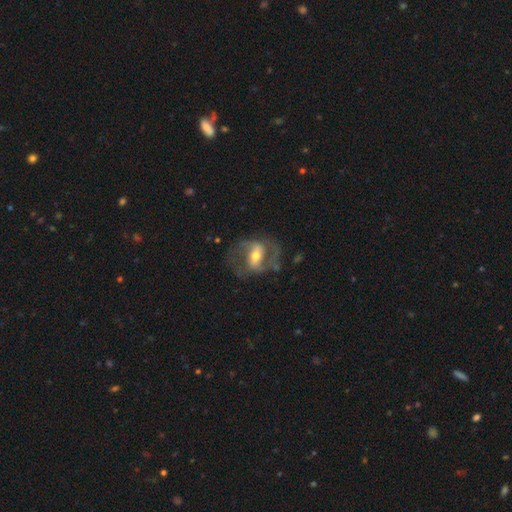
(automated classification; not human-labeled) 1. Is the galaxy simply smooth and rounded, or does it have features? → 81% featured or disk, 13% smooth, 6% star or artifact.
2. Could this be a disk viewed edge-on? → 96% no, 4% yes.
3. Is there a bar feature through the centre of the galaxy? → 45% strong, 38% weak, 17% no.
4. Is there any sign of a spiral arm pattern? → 87% yes, 13% no.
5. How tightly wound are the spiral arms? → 54% medium, 29% loose, 17% tight.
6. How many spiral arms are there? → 87% 2, 6% can't tell, 3% 1, 2% 3, 1% 4, 1% more than 4.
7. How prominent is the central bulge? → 64% moderate, 25% small, 9% large, 1% none, 1% dominant.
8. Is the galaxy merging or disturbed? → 64% none, 17% minor disturbance, 17% major disturbance, 2% merger.